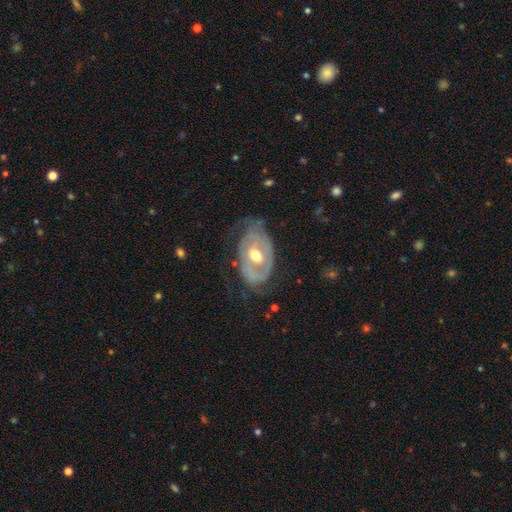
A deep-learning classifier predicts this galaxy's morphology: smooth-or-featured: featured or disk: 74% | smooth: 21% | star or artifact: 5%
  disk-edge-on: no: 94% | yes: 6%
    bar: no: 54% | weak: 34% | strong: 12%
    has-spiral-arms: yes: 59% | no: 41%
    bulge-size: moderate: 76% | small: 15% | large: 7% | none: 1% | dominant: 1%
  merging: none: 53% | minor disturbance: 28% | major disturbance: 18% | merger: 2%